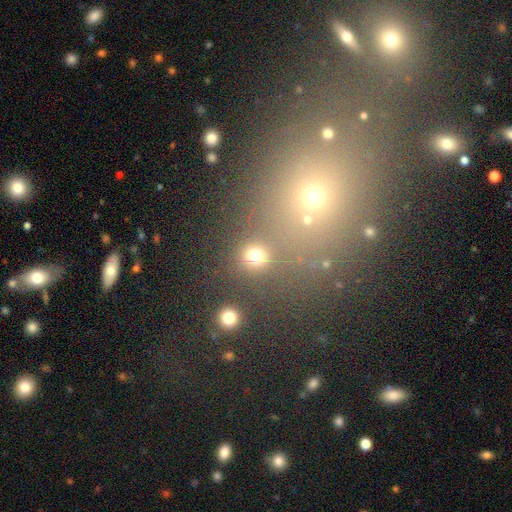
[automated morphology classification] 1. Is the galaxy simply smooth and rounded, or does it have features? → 71% smooth, 22% star or artifact, 8% featured or disk.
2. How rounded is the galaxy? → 77% round, 21% in between, 2% cigar-shaped.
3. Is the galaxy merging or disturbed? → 75% none, 11% merger, 9% minor disturbance, 5% major disturbance.